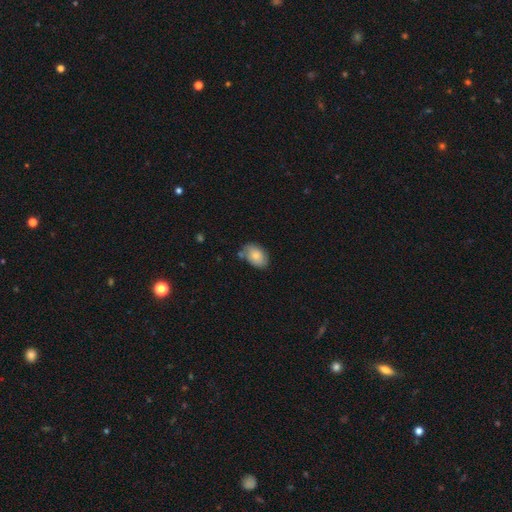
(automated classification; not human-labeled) This appears to be a smooth galaxy with no disk features (74%) that is in between round and cigar-shaped (83%). Merging: none (59%).